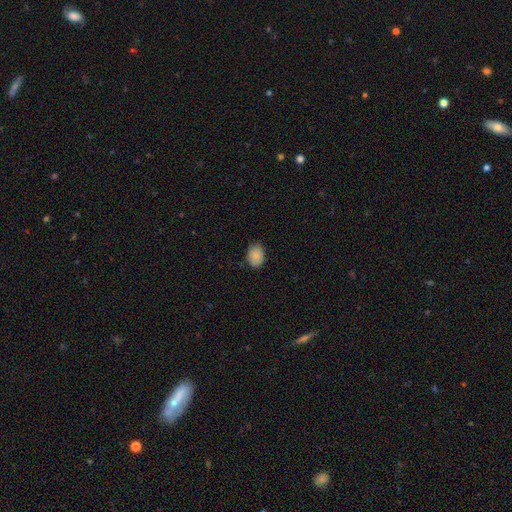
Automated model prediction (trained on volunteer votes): smooth_or_featured: smooth (p=0.88) [alt: star or artifact p=0.07]
how_rounded: in between (p=0.72) [alt: round p=0.27]
merging: none (p=0.81) [alt: minor disturbance p=0.16]